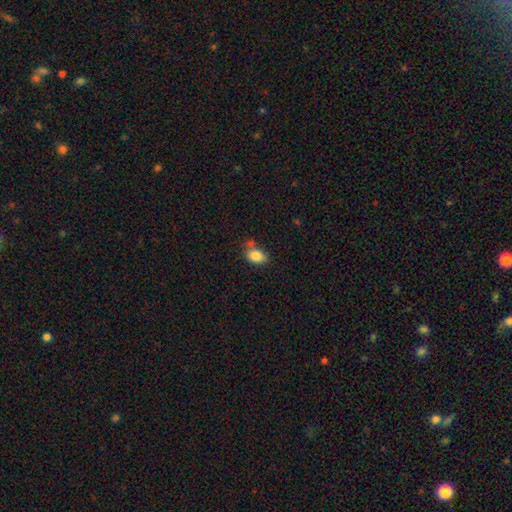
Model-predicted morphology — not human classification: Smooth or featured?
  - smooth: 84% *
  - star or artifact: 8%
  - featured or disk: 7%
How rounded?
  - in between: 82% *
  - round: 16%
  - cigar-shaped: 2%
Merging?
  - none: 59% *
  - minor disturbance: 20%
  - merger: 15%
  - major disturbance: 5%